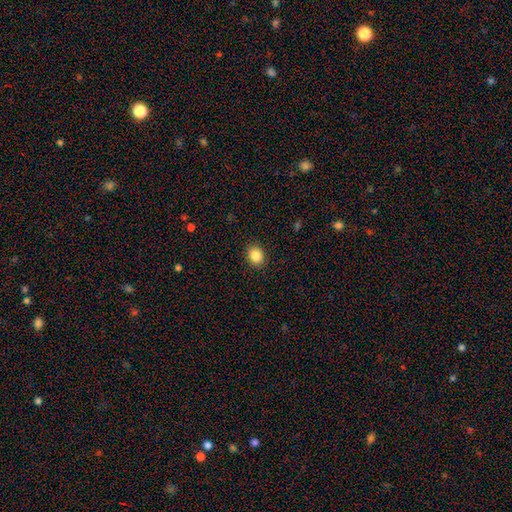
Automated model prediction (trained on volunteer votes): This appears to be a smooth galaxy with no disk features (86%) that is round (61%). Merging: none (90%).